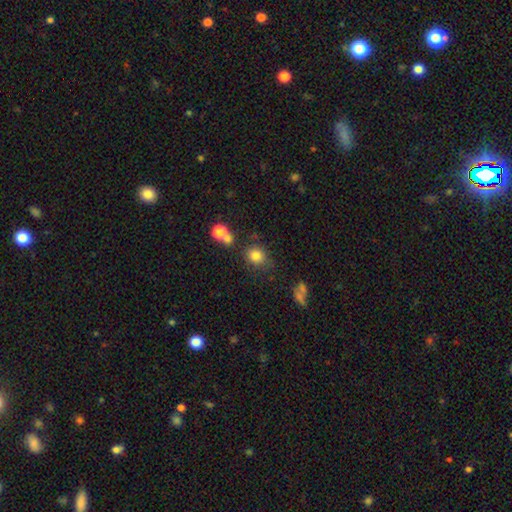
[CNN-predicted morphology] Overall: smooth (80%). How rounded: round (75%). Merging: none (71%).